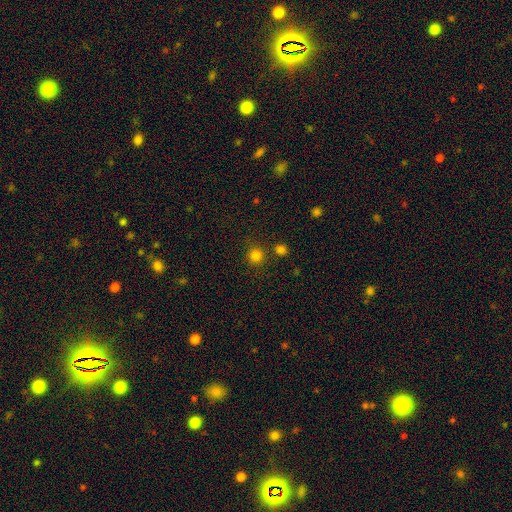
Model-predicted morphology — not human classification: smooth_or_featured: smooth (p=0.81) [alt: star or artifact p=0.15]
how_rounded: round (p=0.93) [alt: in between p=0.06]
merging: none (p=0.82) [alt: merger p=0.08]